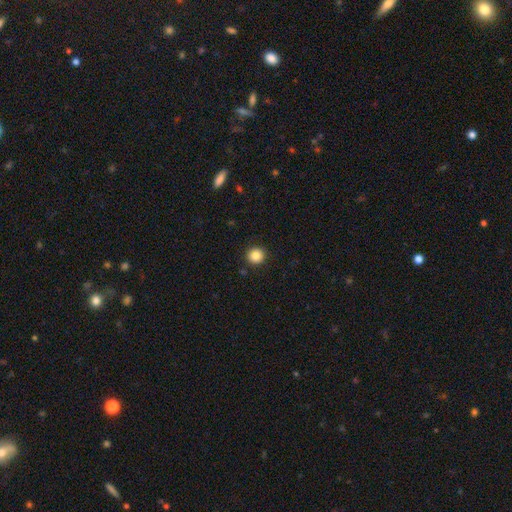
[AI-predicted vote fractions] smooth_or_featured: smooth (p=0.85) [alt: star or artifact p=0.10]
how_rounded: round (p=0.94) [alt: in between p=0.05]
merging: none (p=0.92) [alt: minor disturbance p=0.05]